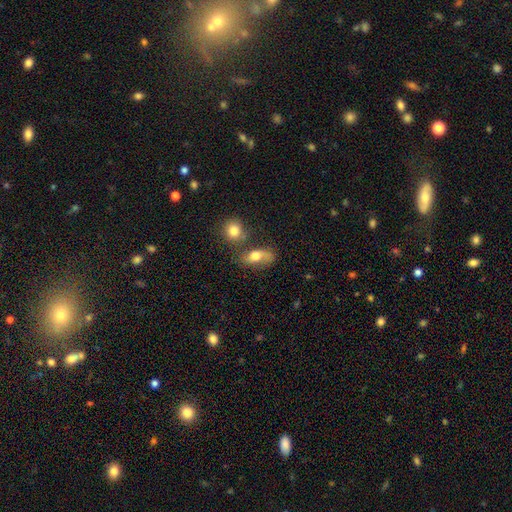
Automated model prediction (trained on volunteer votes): Smooth or featured? smooth (66%)
How rounded? in between (75%)
Merging? none (50%)